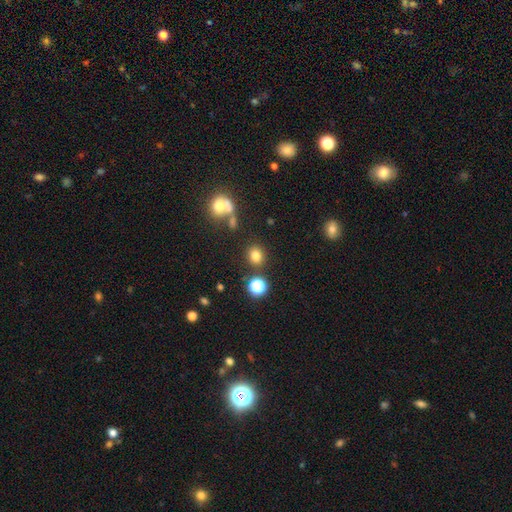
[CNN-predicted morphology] A smooth galaxy with no disk features (78%) that is round (76%).

Vote fractions:
- Smooth or featured? smooth: 78% / star or artifact: 16% / featured or disk: 7%
- How rounded? round: 76% / in between: 23% / cigar-shaped: 1%
- Merging? none: 81% / minor disturbance: 8% / merger: 6% / major disturbance: 4%